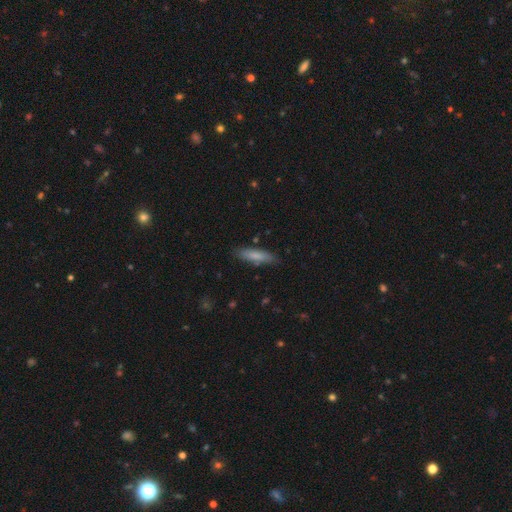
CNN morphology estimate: Smooth or featured? smooth (79%)
How rounded? cigar-shaped (68%)
Merging? none (83%)